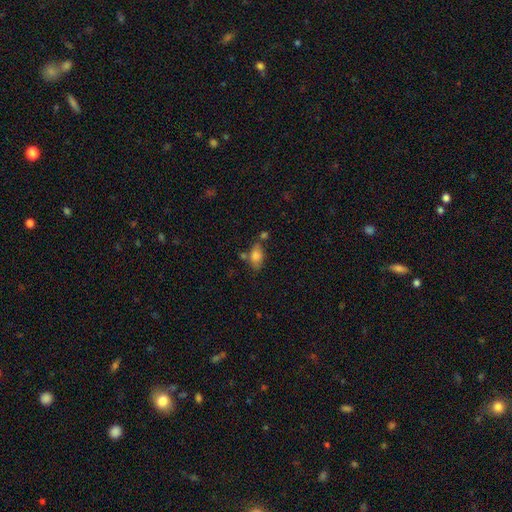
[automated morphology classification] Q: Smooth or featured?
A: smooth (80%); runner-up: featured or disk (11%)
Q: How rounded?
A: in between (88%); runner-up: round (8%)
Q: Merging?
A: none (57%); runner-up: minor disturbance (20%)